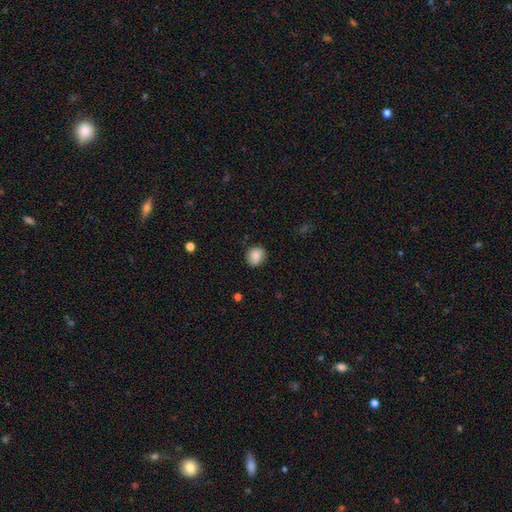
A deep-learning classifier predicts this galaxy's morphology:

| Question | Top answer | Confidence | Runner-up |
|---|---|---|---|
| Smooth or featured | smooth | 84% | star or artifact (8%) |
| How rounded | round | 71% | in between (28%) |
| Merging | none | 79% | minor disturbance (16%) |